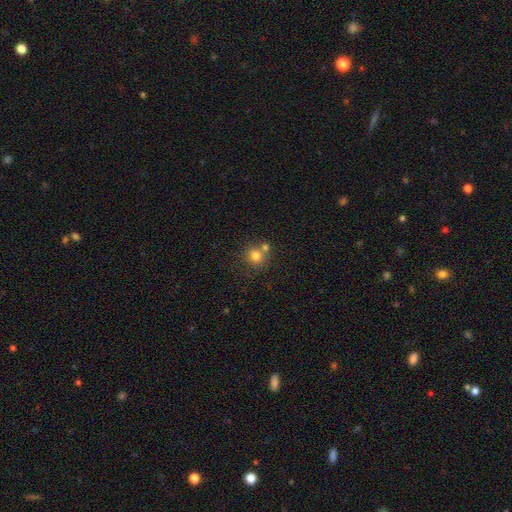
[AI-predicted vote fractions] A smooth galaxy with no disk features (78%) that is round (90%). Merging: none (59%).